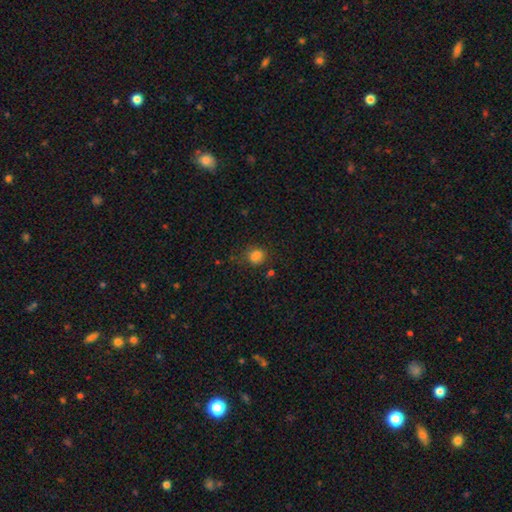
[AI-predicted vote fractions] Smooth or featured? smooth (74%)
How rounded? round (70%)
Merging? none (61%)